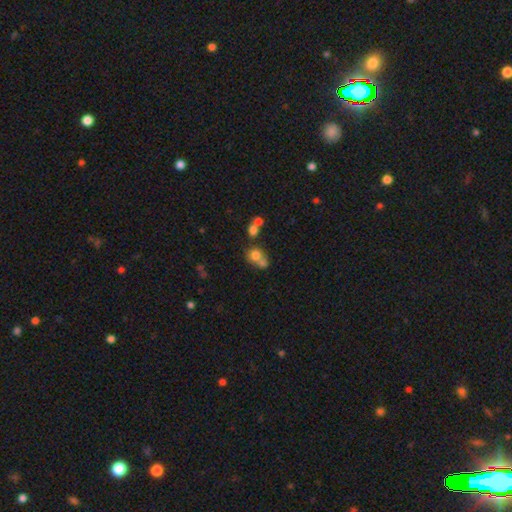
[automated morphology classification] Overall: smooth (70%). How rounded: round (78%). Merging: merger (50%; none 38%).